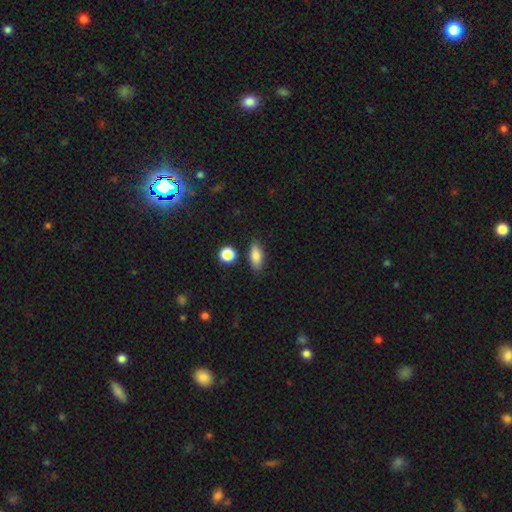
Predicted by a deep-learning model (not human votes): smooth-or-featured: smooth: 84% | star or artifact: 8% | featured or disk: 8%
  how-rounded: in between: 83% | cigar-shaped: 11% | round: 6%
  merging: none: 82% | minor disturbance: 12% | merger: 3% | major disturbance: 3%